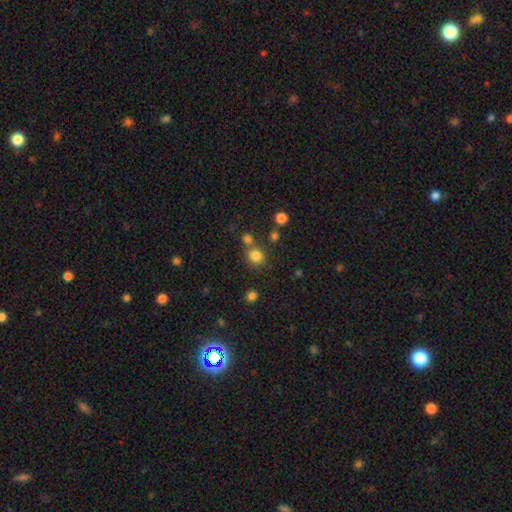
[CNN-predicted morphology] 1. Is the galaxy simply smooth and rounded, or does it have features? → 80% smooth, 14% star or artifact, 6% featured or disk.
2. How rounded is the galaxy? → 88% round, 11% in between, 1% cigar-shaped.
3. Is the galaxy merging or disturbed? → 68% none, 20% merger, 9% minor disturbance, 3% major disturbance.